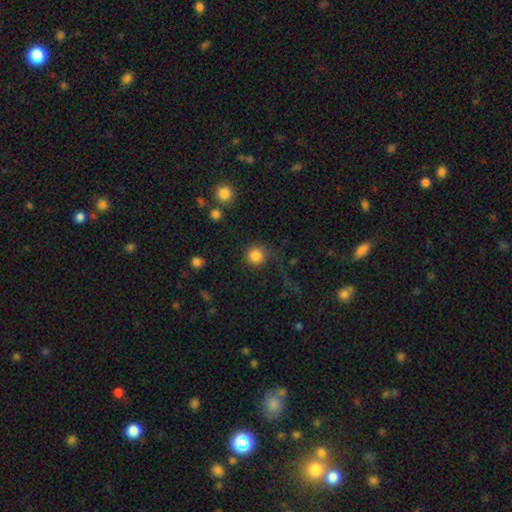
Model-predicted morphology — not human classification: smooth_or_featured: smooth (p=0.85) [alt: star or artifact p=0.10]
how_rounded: round (p=0.93) [alt: in between p=0.06]
merging: none (p=0.76) [alt: major disturbance p=0.11]